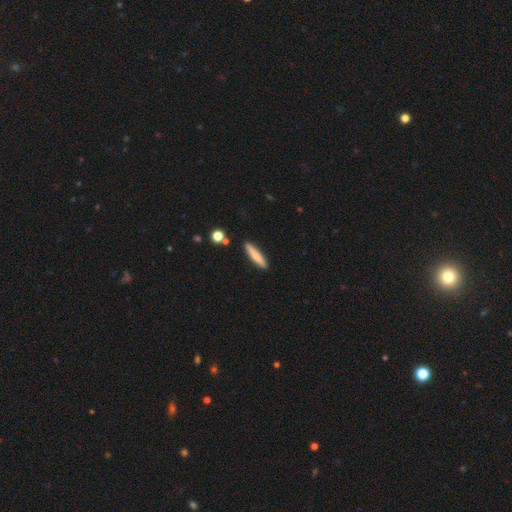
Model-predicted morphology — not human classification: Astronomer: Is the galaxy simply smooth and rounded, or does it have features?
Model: smooth — 74%.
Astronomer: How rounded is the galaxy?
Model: cigar-shaped — 88%.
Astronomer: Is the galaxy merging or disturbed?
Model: none — 88%.